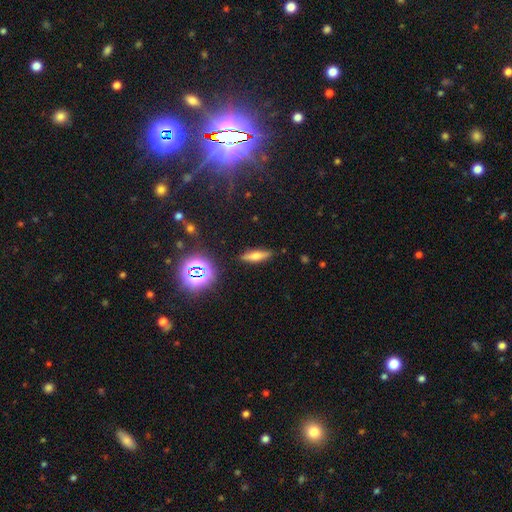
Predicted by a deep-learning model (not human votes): This appears to be a smooth galaxy with no disk features (52%) that is cigar-shaped (62%). Merging: none (87%).